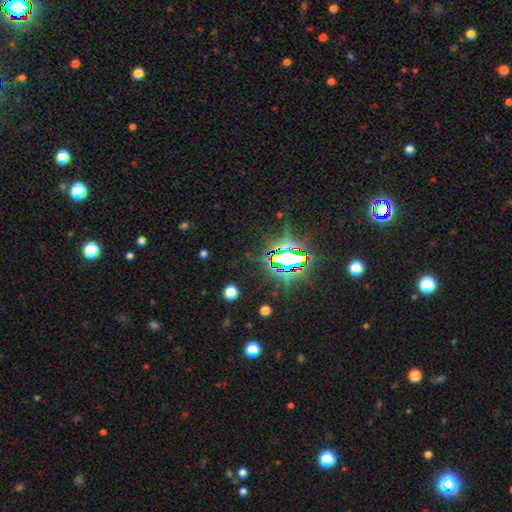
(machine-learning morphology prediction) smooth-or-featured: star or artifact: 83% | smooth: 10% | featured or disk: 7%